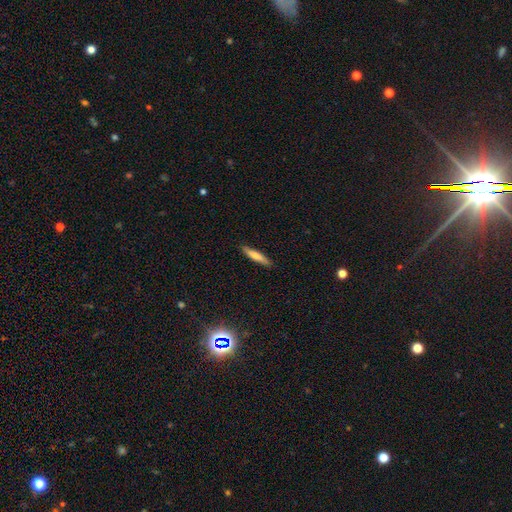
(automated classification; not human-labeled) smooth 69%, featured or disk 25%, star or artifact 6%. Down the decision tree: how rounded — cigar-shaped (87%); merging — none (88%).